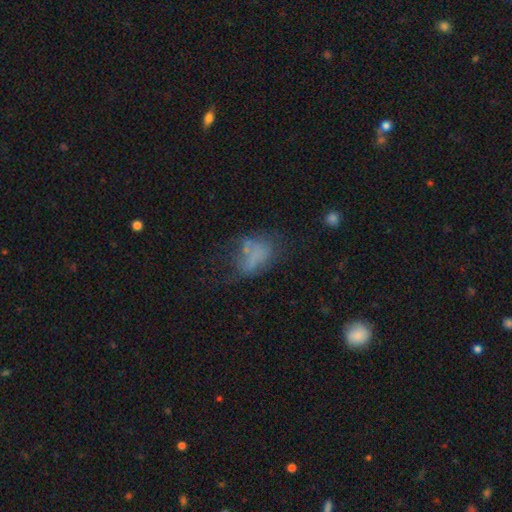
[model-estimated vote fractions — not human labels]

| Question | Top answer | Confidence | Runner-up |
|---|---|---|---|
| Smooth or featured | smooth | 54% | featured or disk (28%) |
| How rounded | in between | 81% | round (16%) |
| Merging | none | 35% | major disturbance (32%) |